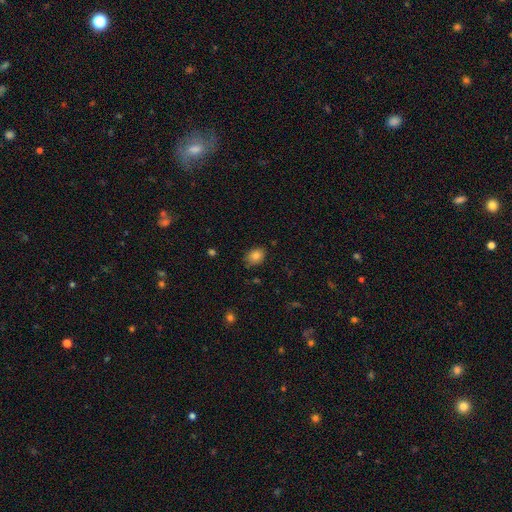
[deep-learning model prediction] Smooth or featured: smooth — 84% (star or artifact — 9%)
How rounded: in between — 65% (round — 34%)
Merging: none — 79% (minor disturbance — 16%)